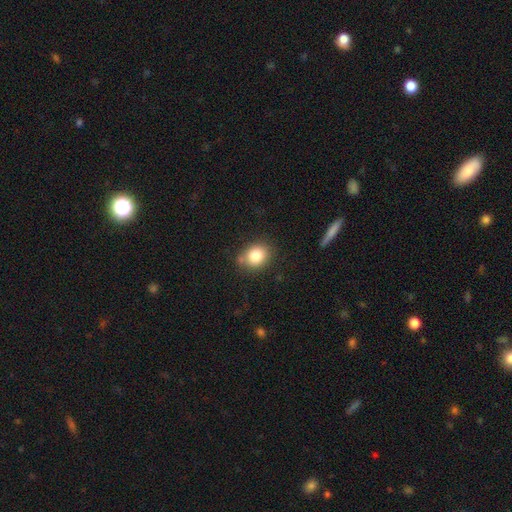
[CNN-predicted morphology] Smooth or featured? Predicted: smooth (p=0.82). How rounded? Predicted: round (p=0.56). Merging? Predicted: none (p=0.77).